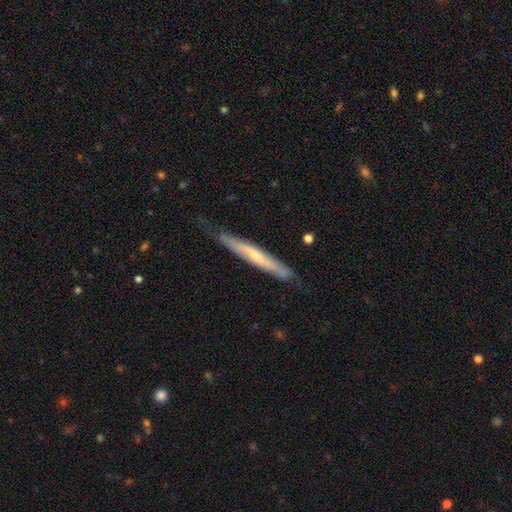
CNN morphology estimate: featured or disk 57%, smooth 37%, star or artifact 6%. Down the decision tree: edge-on disk — yes (84%); merging — none (70%).